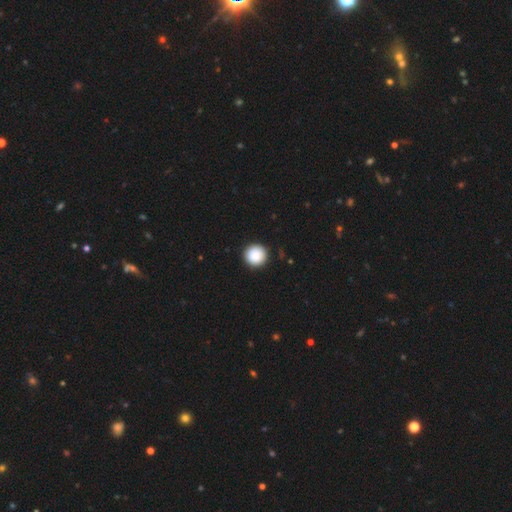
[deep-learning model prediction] Smooth or featured? smooth (87%)
How rounded? round (96%)
Merging? none (92%)